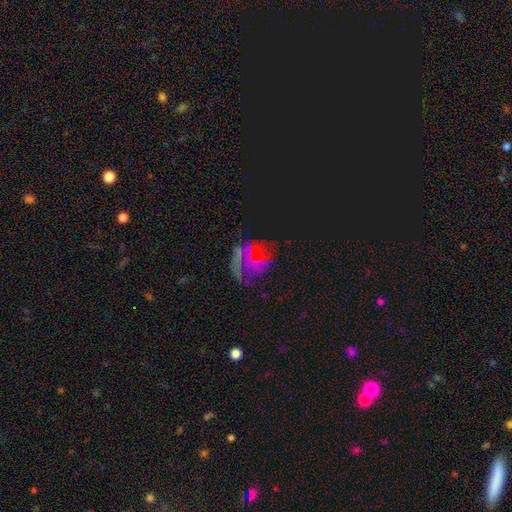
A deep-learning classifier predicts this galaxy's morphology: Smooth or featured?
  - star or artifact: 41% *
  - featured or disk: 30%
  - smooth: 30%